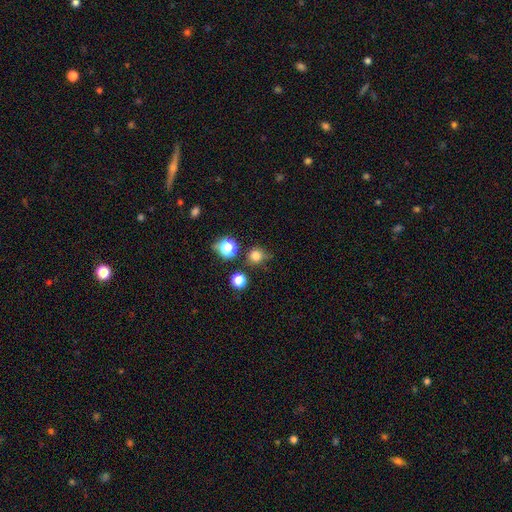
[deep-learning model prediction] smooth 77%, star or artifact 18%, featured or disk 6%. Down the decision tree: how rounded — round (90%); merging — none (71%).